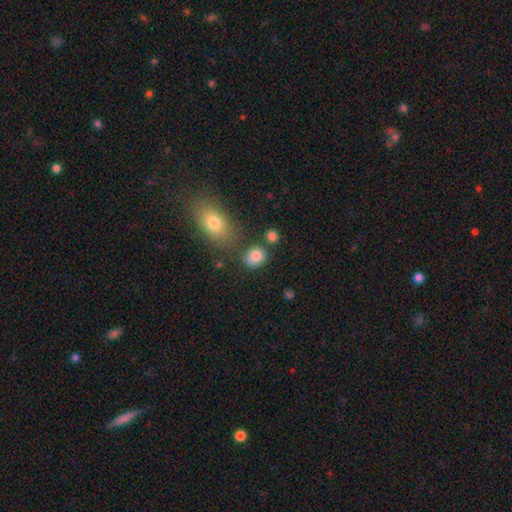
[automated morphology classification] A smooth galaxy with no disk features (84%) that is round (53%).

Vote fractions:
- Smooth or featured? smooth: 84% / star or artifact: 10% / featured or disk: 6%
- How rounded? round: 53% / in between: 46% / cigar-shaped: 1%
- Merging? none: 71% / minor disturbance: 13% / merger: 10% / major disturbance: 5%